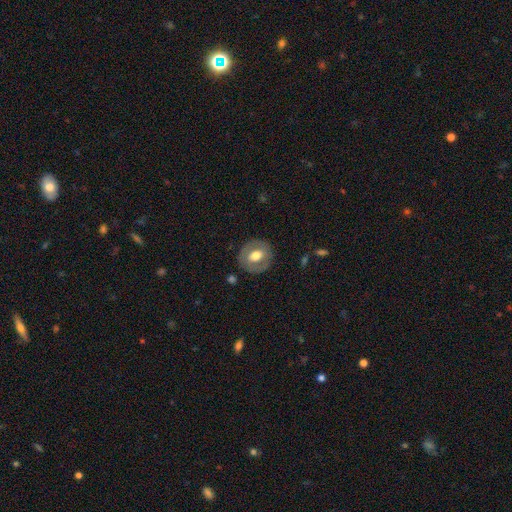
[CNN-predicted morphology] smooth 53%, featured or disk 41%, star or artifact 7%. Down the decision tree: how rounded — round (74%); merging — none (84%).